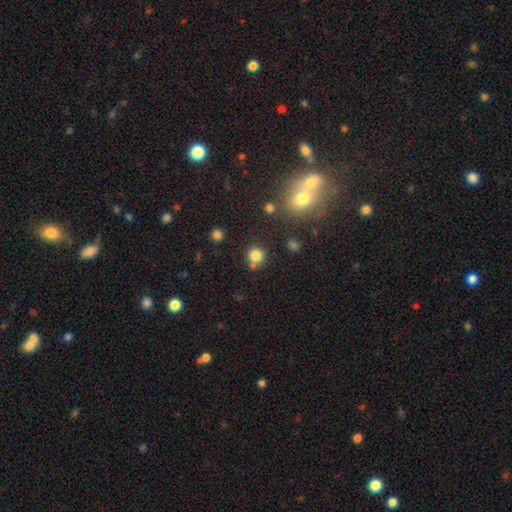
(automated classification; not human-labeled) Smooth or featured?
  - smooth: 80% *
  - star or artifact: 13%
  - featured or disk: 6%
How rounded?
  - round: 90% *
  - in between: 9%
  - cigar-shaped: 1%
Merging?
  - none: 69% *
  - merger: 17%
  - minor disturbance: 10%
  - major disturbance: 4%